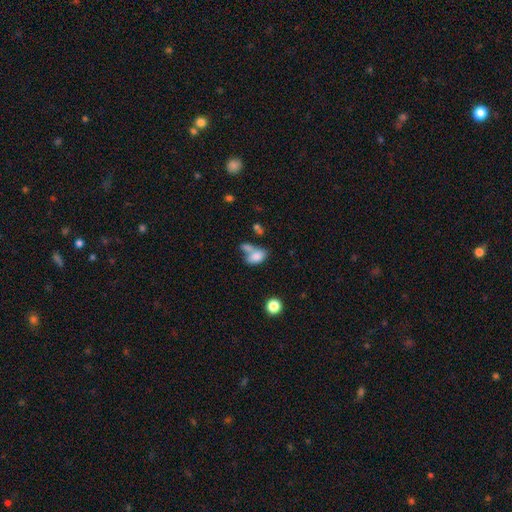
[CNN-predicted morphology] Smooth or featured: smooth — 78% (featured or disk — 12%)
How rounded: in between — 88% (round — 9%)
Merging: merger — 49% (none — 29%)